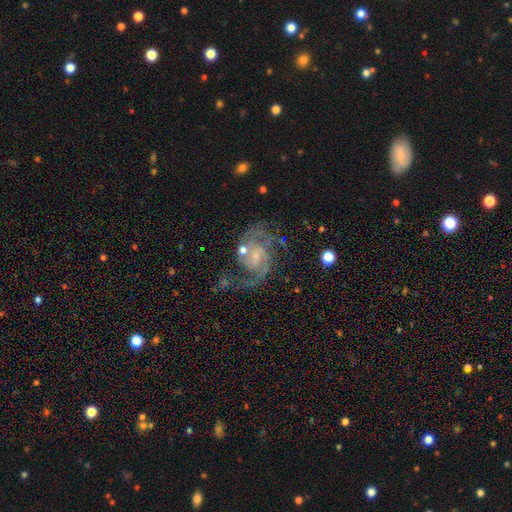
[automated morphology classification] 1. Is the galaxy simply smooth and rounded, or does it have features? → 88% featured or disk, 7% star or artifact, 5% smooth.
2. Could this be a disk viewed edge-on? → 98% no, 2% yes.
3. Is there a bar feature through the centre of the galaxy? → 48% weak, 40% no, 12% strong.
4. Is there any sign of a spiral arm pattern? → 96% yes, 4% no.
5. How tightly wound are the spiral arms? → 53% medium, 25% loose, 22% tight.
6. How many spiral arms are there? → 67% 2, 10% can't tell, 10% 3, 5% 1, 4% 4, 4% more than 4.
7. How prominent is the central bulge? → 64% small, 17% moderate, 16% none, 2% large, 1% dominant.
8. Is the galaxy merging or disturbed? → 55% none, 20% major disturbance, 18% minor disturbance, 8% merger.